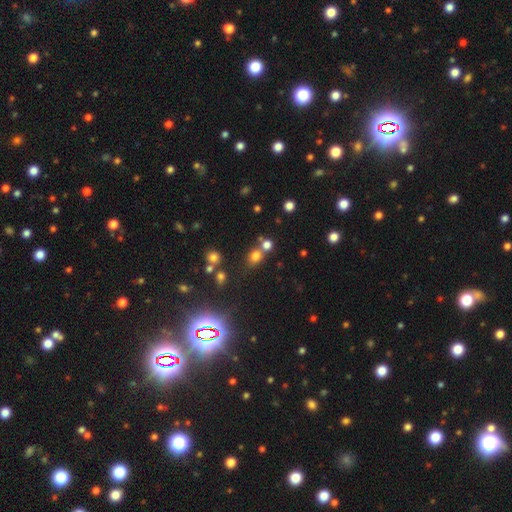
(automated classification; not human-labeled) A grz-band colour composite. It shows a smooth galaxy with no disk features (70%) that is round (67%). Merging: none (56%).